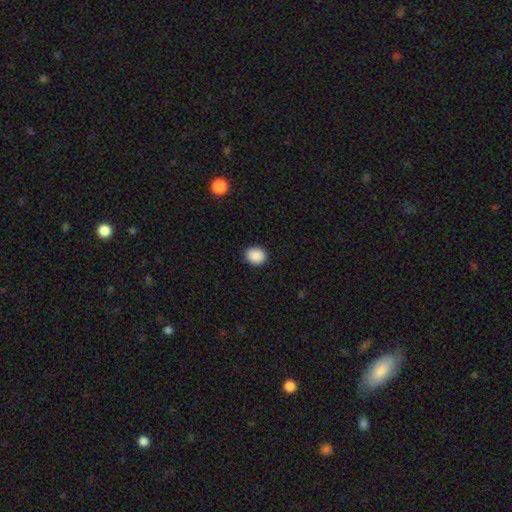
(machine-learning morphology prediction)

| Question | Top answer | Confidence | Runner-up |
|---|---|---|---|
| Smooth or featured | smooth | 89% | star or artifact (8%) |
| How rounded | round | 64% | in between (35%) |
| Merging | none | 90% | minor disturbance (7%) |